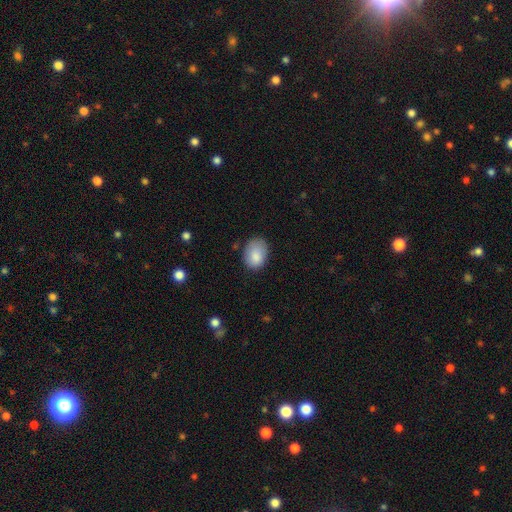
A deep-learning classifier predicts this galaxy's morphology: Q: Smooth or featured?
A: smooth (86%); runner-up: star or artifact (7%)
Q: How rounded?
A: in between (74%); runner-up: round (26%)
Q: Merging?
A: none (69%); runner-up: minor disturbance (24%)